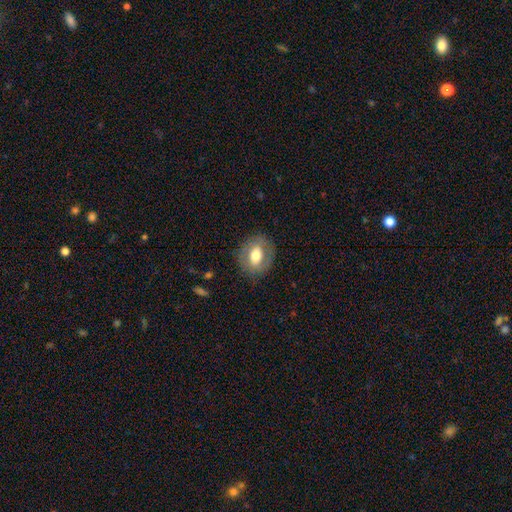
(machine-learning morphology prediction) smooth-or-featured: smooth: 58% | featured or disk: 34% | star or artifact: 8%
  how-rounded: in between: 57% | round: 42% | cigar-shaped: 1%
  merging: none: 79% | minor disturbance: 14% | major disturbance: 6% | merger: 1%